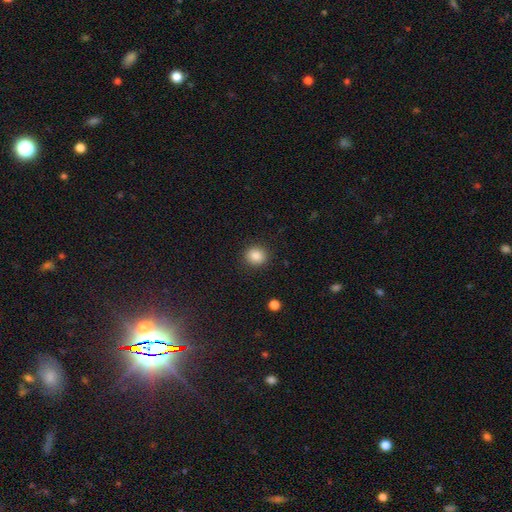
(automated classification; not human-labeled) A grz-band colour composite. It shows a smooth galaxy with no disk features (86%) that is round (83%). Merging: none (90%).